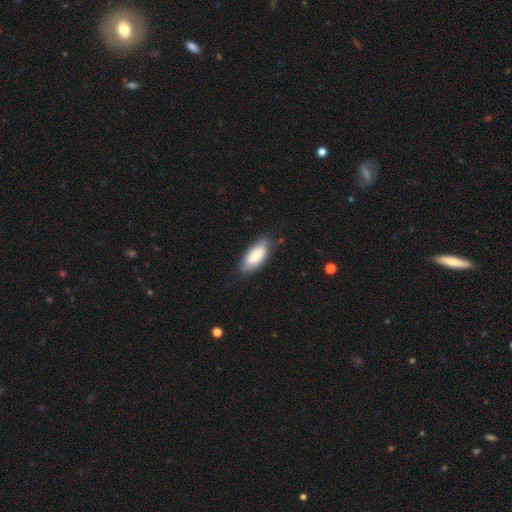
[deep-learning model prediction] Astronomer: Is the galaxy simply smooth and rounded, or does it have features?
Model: smooth — 78%.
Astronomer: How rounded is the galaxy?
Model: in between — 86%.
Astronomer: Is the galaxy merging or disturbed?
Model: none — 73%.